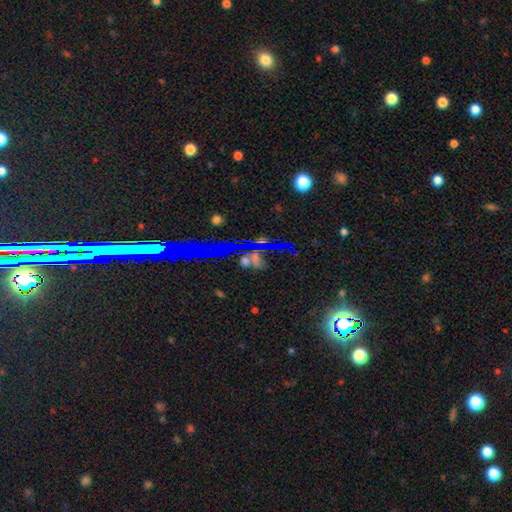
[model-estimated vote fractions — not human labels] This appears to be a star or artifact, not a galaxy (65%).